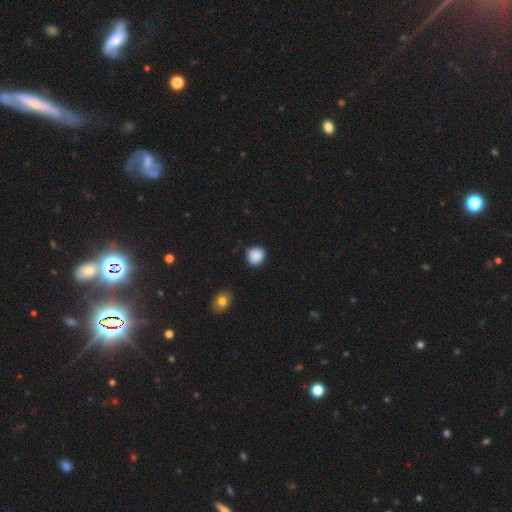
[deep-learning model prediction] Smooth or featured? Predicted: smooth (p=0.88). How rounded? Predicted: round (p=0.78). Merging? Predicted: none (p=0.80).